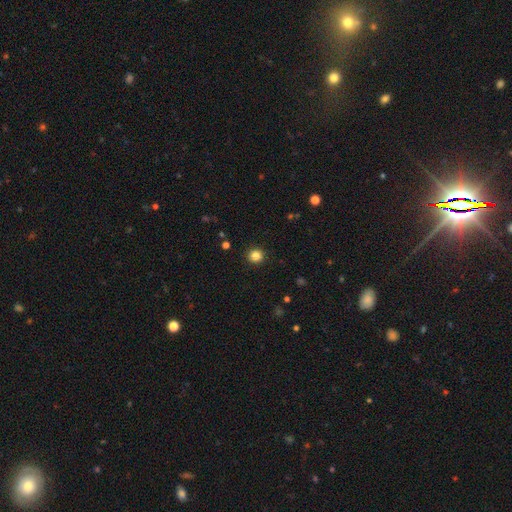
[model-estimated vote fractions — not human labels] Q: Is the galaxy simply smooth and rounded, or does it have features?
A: smooth — 84%.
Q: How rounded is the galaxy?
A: round — 93%.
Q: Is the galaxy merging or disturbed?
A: none — 93%.